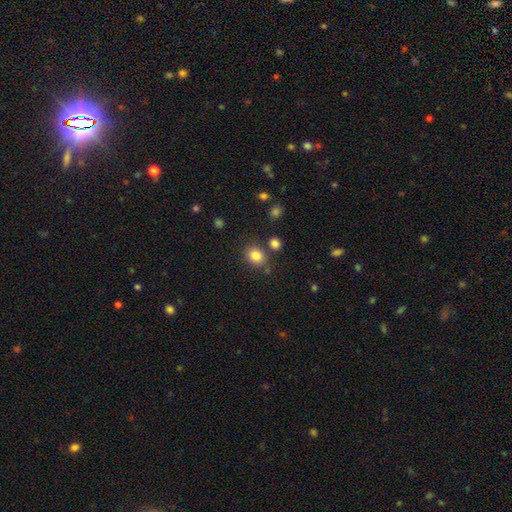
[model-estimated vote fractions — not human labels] Smooth or featured? Predicted: smooth (p=0.83). How rounded? Predicted: round (p=0.60). Merging? Predicted: none (p=0.76).